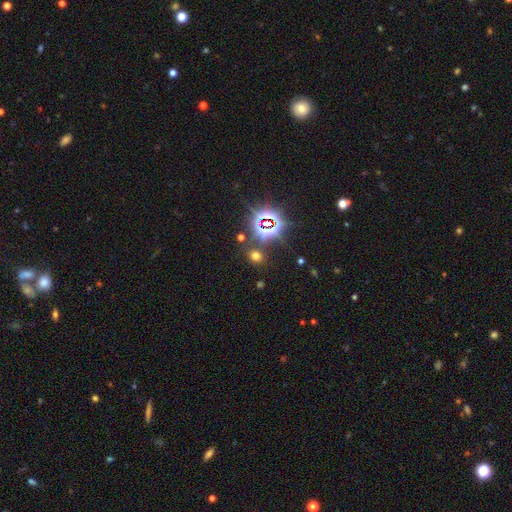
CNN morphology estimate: This appears to be a smooth galaxy with no disk features (53%) that is round (63%). Merging: none (82%).